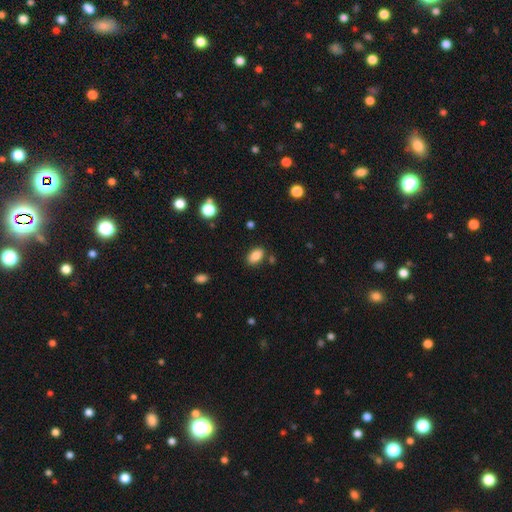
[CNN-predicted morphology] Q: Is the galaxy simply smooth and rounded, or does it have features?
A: smooth — 85%.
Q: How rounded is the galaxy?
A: in between — 90%.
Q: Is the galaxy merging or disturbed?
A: none — 82%.